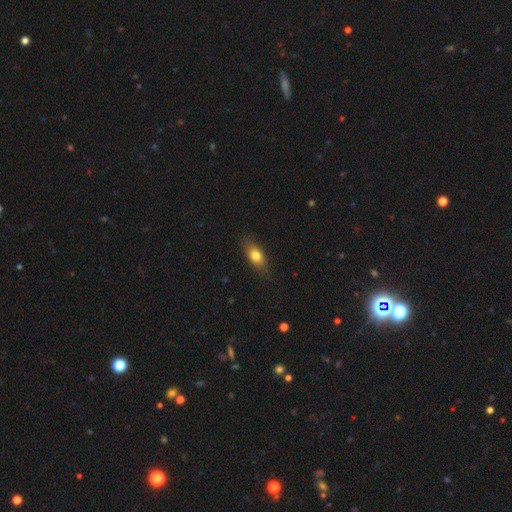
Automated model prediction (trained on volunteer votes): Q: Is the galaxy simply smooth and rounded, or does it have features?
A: smooth — 77%.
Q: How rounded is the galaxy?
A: in between — 78%.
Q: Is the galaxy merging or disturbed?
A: none — 81%.